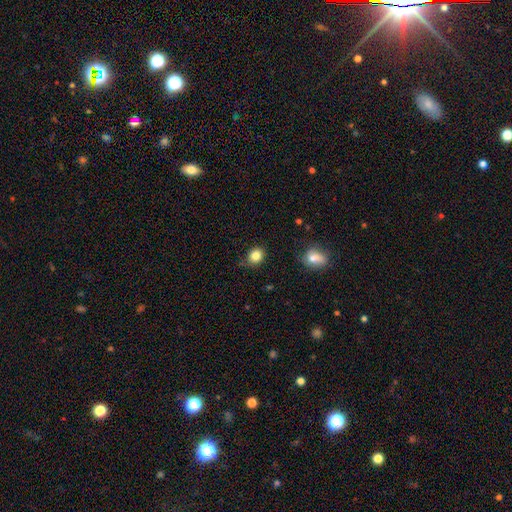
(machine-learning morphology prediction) A smooth galaxy with no disk features (83%) that is round (69%). Merging: none (76%).